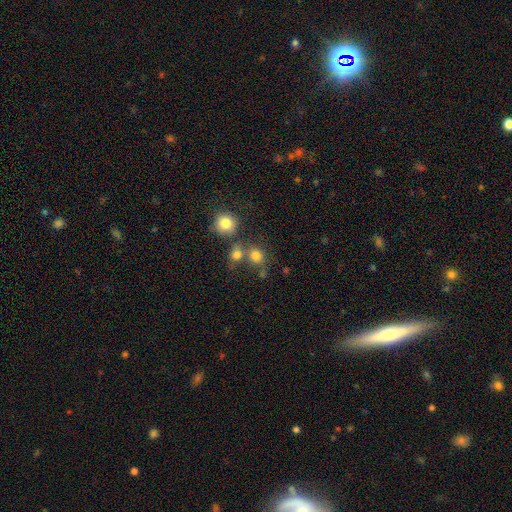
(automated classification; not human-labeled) A smooth galaxy with no disk features (77%) that is round (81%).

Vote fractions:
- Smooth or featured? smooth: 77% / star or artifact: 15% / featured or disk: 9%
- How rounded? round: 81% / in between: 18% / cigar-shaped: 1%
- Merging? none: 56% / merger: 29% / minor disturbance: 9% / major disturbance: 5%